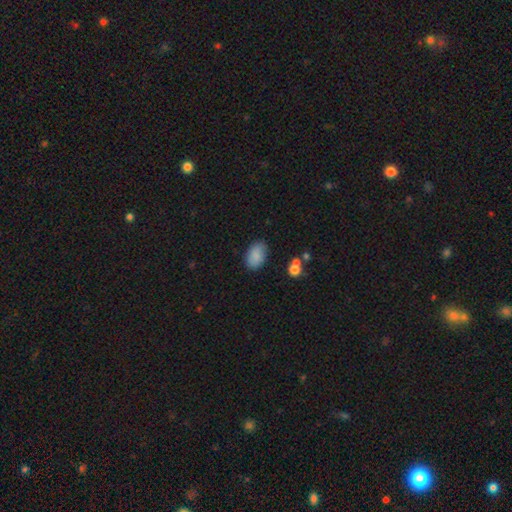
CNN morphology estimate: This appears to be a smooth galaxy with no disk features (84%) that is in between round and cigar-shaped (91%). Merging: none (81%).